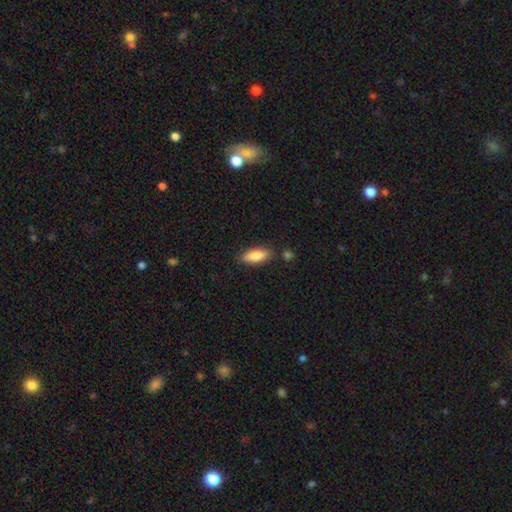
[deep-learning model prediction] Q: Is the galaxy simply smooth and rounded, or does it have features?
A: smooth — 85%.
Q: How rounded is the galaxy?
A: in between — 70%.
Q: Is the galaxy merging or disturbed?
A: none — 81%.